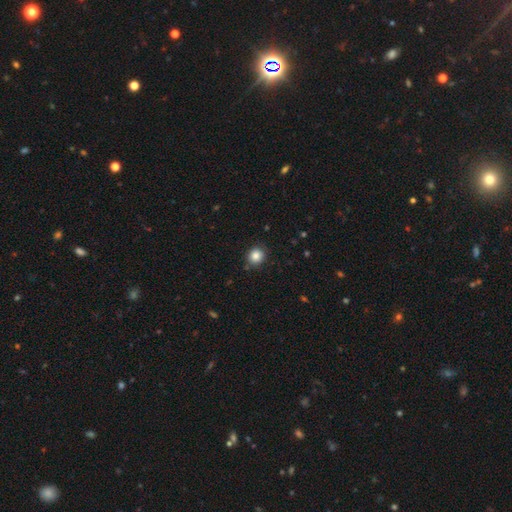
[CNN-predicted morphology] A smooth galaxy with no disk features (85%) that is round (82%).

Vote fractions:
- Smooth or featured? smooth: 85% / star or artifact: 10% / featured or disk: 4%
- How rounded? round: 82% / in between: 17% / cigar-shaped: 1%
- Merging? none: 86% / minor disturbance: 10% / major disturbance: 2% / merger: 2%